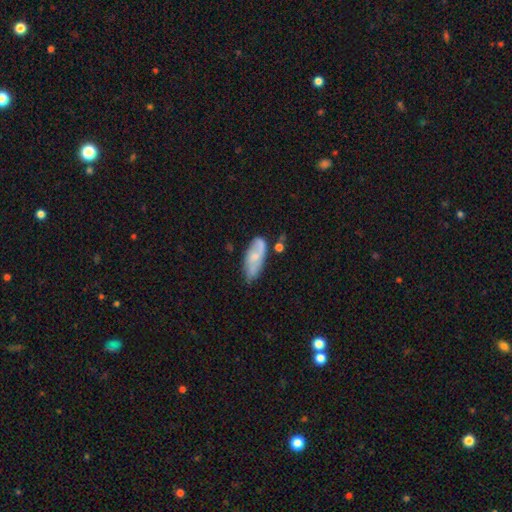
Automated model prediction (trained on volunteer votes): Q: Smooth or featured?
A: smooth (50%); runner-up: featured or disk (44%)
Q: Merging?
A: none (54%); runner-up: minor disturbance (30%)